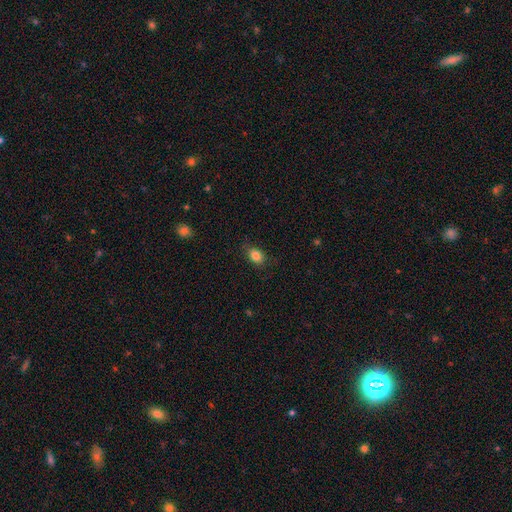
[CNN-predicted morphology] Smooth or featured?
  - smooth: 85% *
  - star or artifact: 10%
  - featured or disk: 6%
How rounded?
  - in between: 66% *
  - round: 33%
  - cigar-shaped: 1%
Merging?
  - none: 81% *
  - minor disturbance: 14%
  - major disturbance: 4%
  - merger: 1%